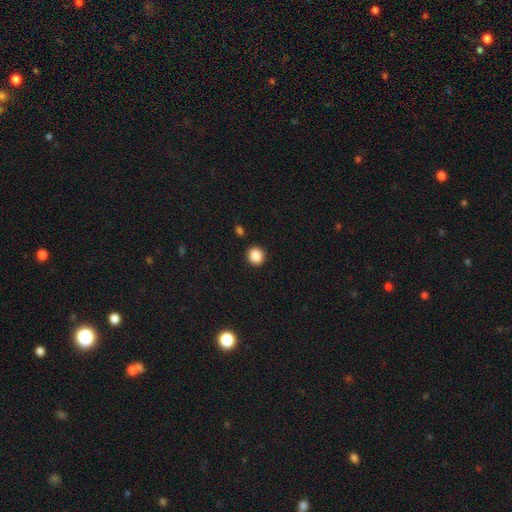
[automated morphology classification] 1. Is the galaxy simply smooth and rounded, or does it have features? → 87% smooth, 10% star or artifact, 3% featured or disk.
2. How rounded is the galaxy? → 83% round, 16% in between, 1% cigar-shaped.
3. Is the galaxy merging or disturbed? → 90% none, 6% minor disturbance, 2% major disturbance, 2% merger.